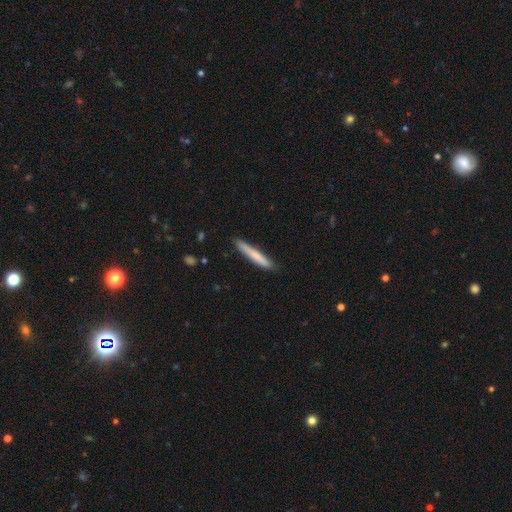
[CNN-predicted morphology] Smooth or featured?
  - smooth: 74% *
  - featured or disk: 21%
  - star or artifact: 5%
How rounded?
  - cigar-shaped: 94% *
  - in between: 4%
  - round: 1%
Merging?
  - none: 86% *
  - minor disturbance: 11%
  - major disturbance: 2%
  - merger: 1%